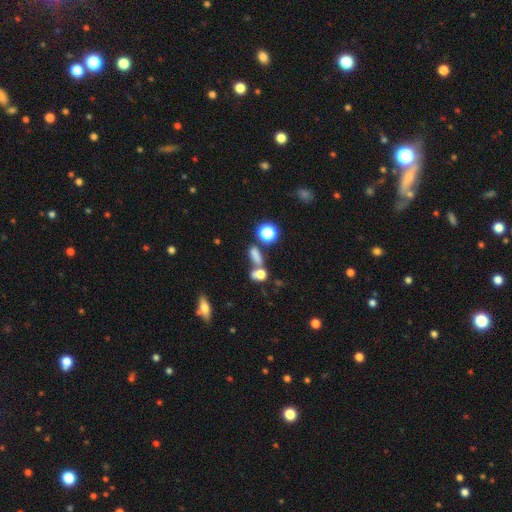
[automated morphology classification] A smooth galaxy with no disk features (65%) that is in between round and cigar-shaped (55%).

Vote fractions:
- Smooth or featured? smooth: 65% / star or artifact: 23% / featured or disk: 12%
- How rounded? in between: 55% / round: 33% / cigar-shaped: 12%
- Merging? none: 41% / merger: 38% / minor disturbance: 12% / major disturbance: 9%